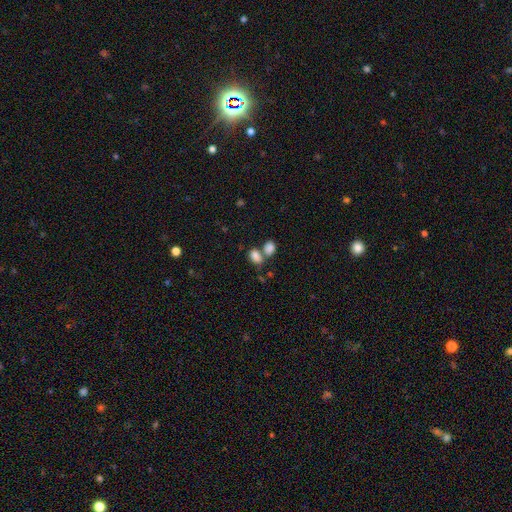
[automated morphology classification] Q: Smooth or featured?
A: smooth (83%); runner-up: star or artifact (9%)
Q: How rounded?
A: in between (81%); runner-up: round (17%)
Q: Merging?
A: merger (51%); runner-up: none (35%)